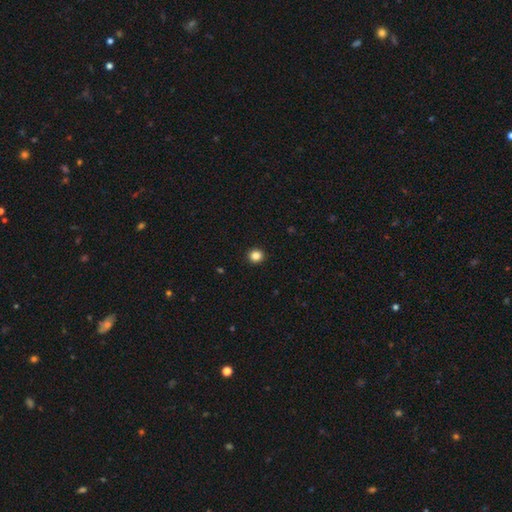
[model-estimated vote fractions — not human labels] smooth-or-featured: smooth: 85% | star or artifact: 11% | featured or disk: 3%
  how-rounded: round: 88% | in between: 11% | cigar-shaped: 1%
  merging: none: 93% | minor disturbance: 4% | major disturbance: 2% | merger: 1%